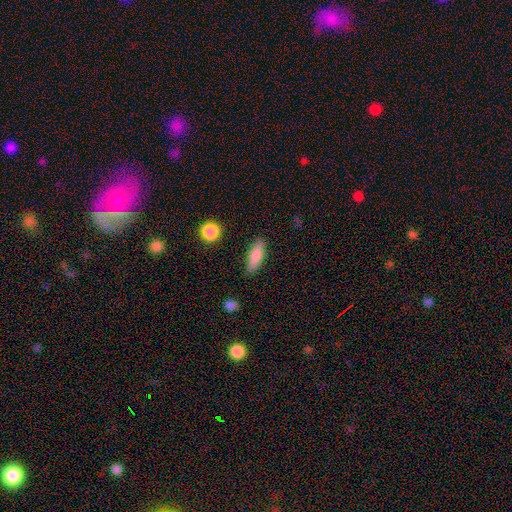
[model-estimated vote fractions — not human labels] This is clearly a smooth galaxy (83%). How rounded: possibly in between (54%). Merging: clearly none (86%).